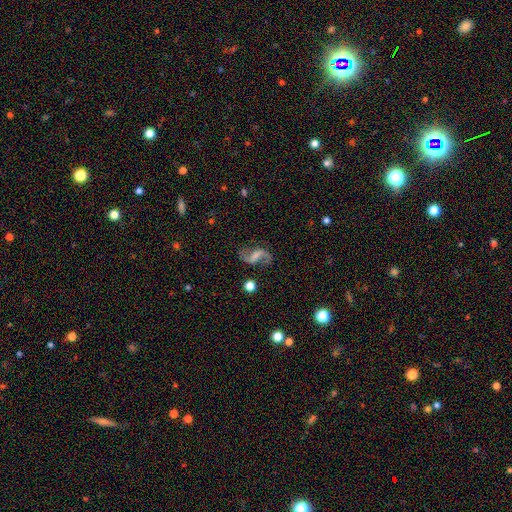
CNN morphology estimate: A featured or disk galaxy (84%) with a weak bar (45%), 2 (92%) loose (78%) spiral arms (95%) and no central bulge (44%).

Vote fractions:
- Smooth or featured? featured or disk: 84% / smooth: 9% / star or artifact: 7%
- Edge-on disk? no: 97% / yes: 3%
- Bar? weak: 45% / strong: 29% / no: 26%
- Spiral arms? yes: 95% / no: 5%
- Spiral winding? loose: 78% / medium: 18% / tight: 4%
- Spiral arm count? 2: 92% / 1: 3% / can't tell: 2% / 3: 1% / 4: 1% / more than 4: 1%
- Bulge size? none: 44% / small: 31% / moderate: 19% / large: 5% / dominant: 1%
- Merging? none: 74% / minor disturbance: 14% / major disturbance: 9% / merger: 3%